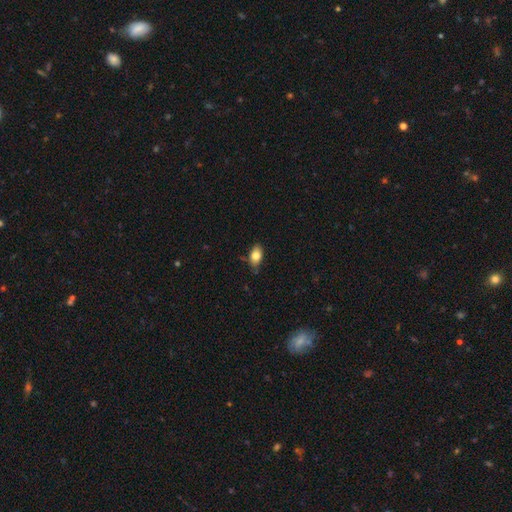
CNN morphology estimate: Overall: smooth (80%). How rounded: in between (88%). Merging: none (74%).